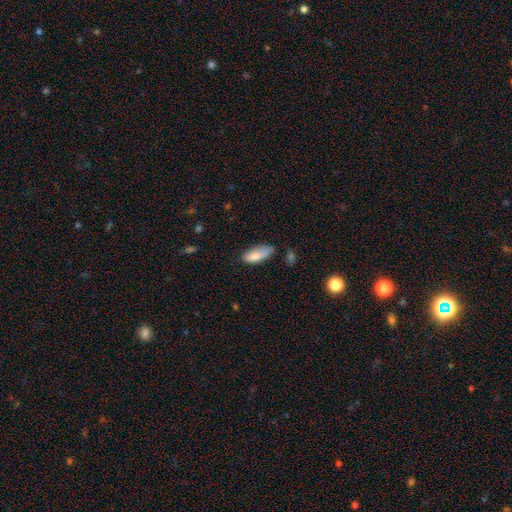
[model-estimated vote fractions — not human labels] This appears to be a smooth galaxy with no disk features (82%) that is in between round and cigar-shaped (78%). Merging: none (50%).